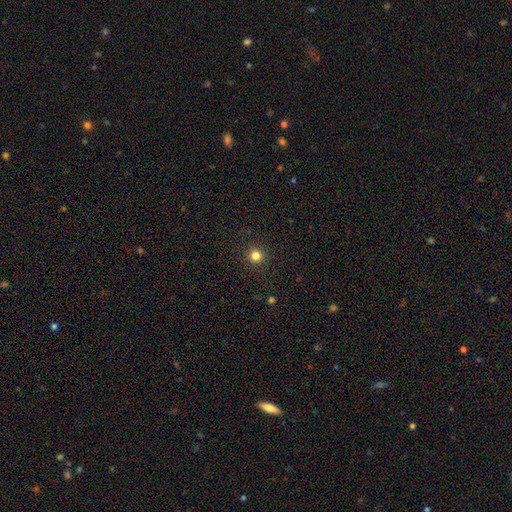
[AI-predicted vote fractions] Smooth or featured?
  - smooth: 82% *
  - star or artifact: 13%
  - featured or disk: 5%
How rounded?
  - round: 95% *
  - in between: 4%
  - cigar-shaped: 1%
Merging?
  - none: 92% *
  - minor disturbance: 5%
  - major disturbance: 2%
  - merger: 1%